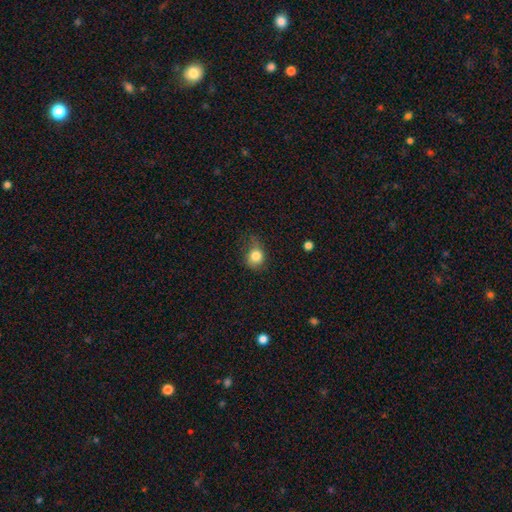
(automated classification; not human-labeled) Smooth or featured?
  - smooth: 82% *
  - star or artifact: 10%
  - featured or disk: 8%
How rounded?
  - round: 68% *
  - in between: 31%
  - cigar-shaped: 1%
Merging?
  - none: 45% *
  - minor disturbance: 35%
  - major disturbance: 19%
  - merger: 2%